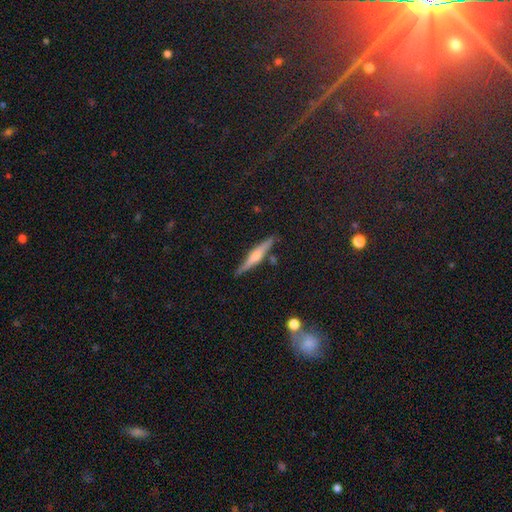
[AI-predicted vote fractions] smooth-or-featured: featured or disk: 62% | smooth: 28% | star or artifact: 10%
  disk-edge-on: yes: 96% | no: 4%
    edge-on-bulge: rounded: 80% | none: 10% | boxy: 10%
  merging: none: 86% | minor disturbance: 9% | merger: 3% | major disturbance: 2%